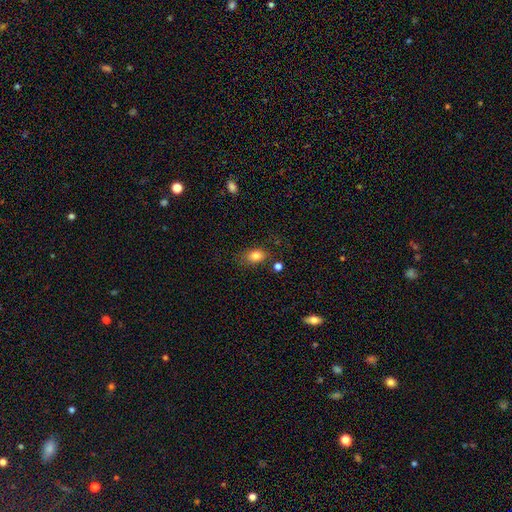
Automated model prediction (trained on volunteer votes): Smooth or featured? smooth (83%)
How rounded? in between (77%)
Merging? none (72%)